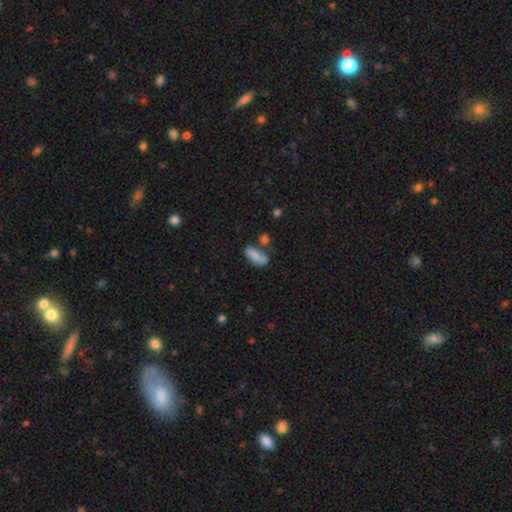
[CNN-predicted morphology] Q: Smooth or featured?
A: smooth (77%); runner-up: featured or disk (14%)
Q: How rounded?
A: in between (77%); runner-up: cigar-shaped (20%)
Q: Merging?
A: none (45%); runner-up: merger (23%)